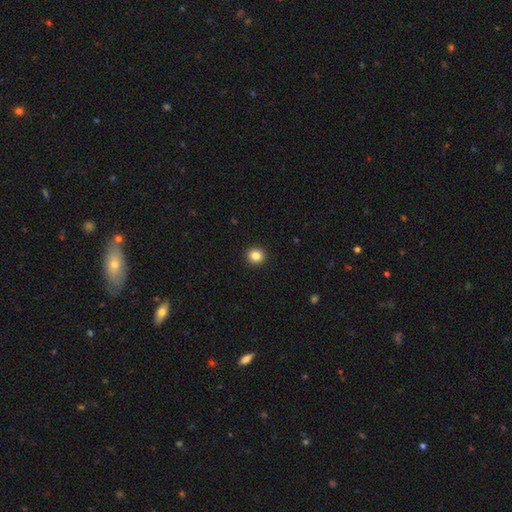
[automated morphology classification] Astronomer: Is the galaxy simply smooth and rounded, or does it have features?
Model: smooth — 85%.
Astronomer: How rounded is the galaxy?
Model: round — 90%.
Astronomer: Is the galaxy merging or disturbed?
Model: none — 93%.